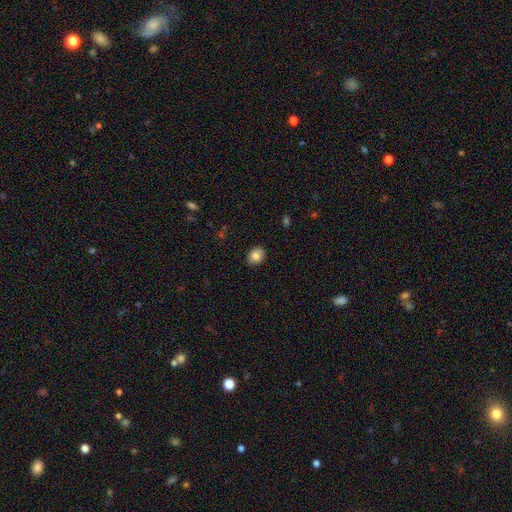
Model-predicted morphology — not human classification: type=smooth (82%); roundness=in between (58%); merging=none (89%).